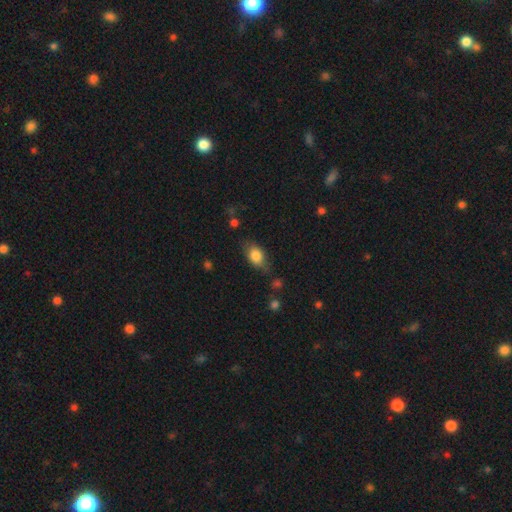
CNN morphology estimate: Smooth or featured?
  - smooth: 82% *
  - featured or disk: 10%
  - star or artifact: 8%
How rounded?
  - in between: 85% *
  - round: 12%
  - cigar-shaped: 3%
Merging?
  - none: 71% *
  - minor disturbance: 20%
  - major disturbance: 6%
  - merger: 3%